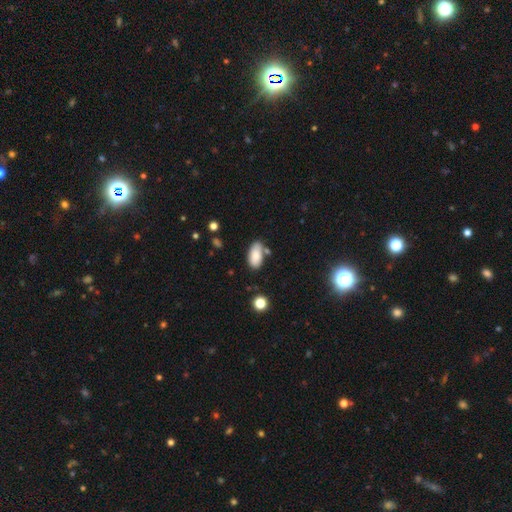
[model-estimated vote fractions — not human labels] Overall: smooth (85%). How rounded: in between (93%). Merging: none (69%).